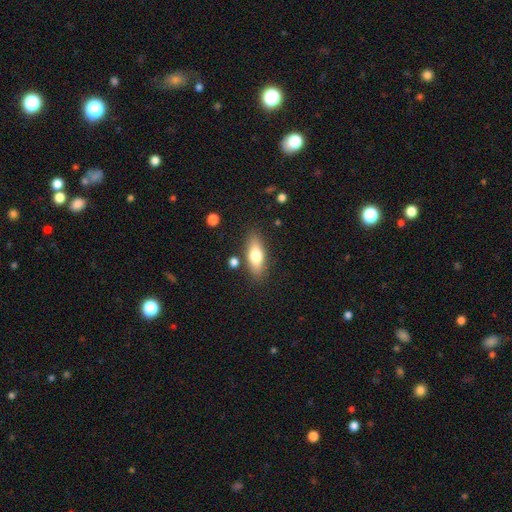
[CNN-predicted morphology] smooth_or_featured: smooth (p=0.70) [alt: featured or disk p=0.24]
how_rounded: in between (p=0.69) [alt: cigar-shaped p=0.27]
merging: none (p=0.82) [alt: minor disturbance p=0.11]